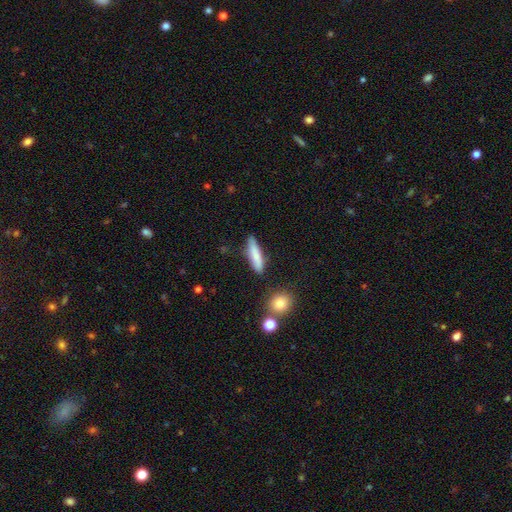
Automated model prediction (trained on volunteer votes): A smooth galaxy with no disk features (77%) that is cigar-shaped (76%). Merging: none (80%).